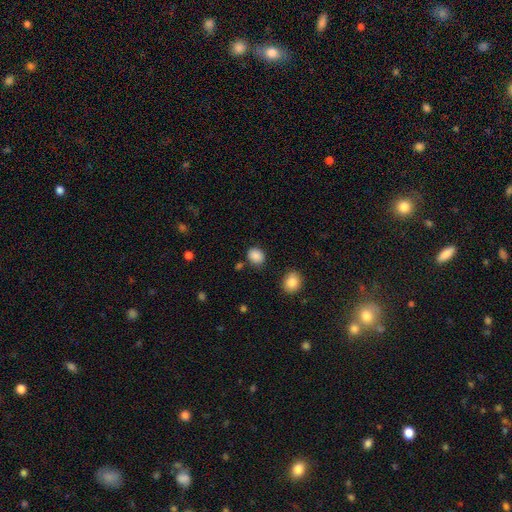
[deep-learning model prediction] smooth_or_featured: smooth (p=0.87) [alt: star or artifact p=0.10]
how_rounded: round (p=0.67) [alt: in between p=0.33]
merging: none (p=0.82) [alt: minor disturbance p=0.12]